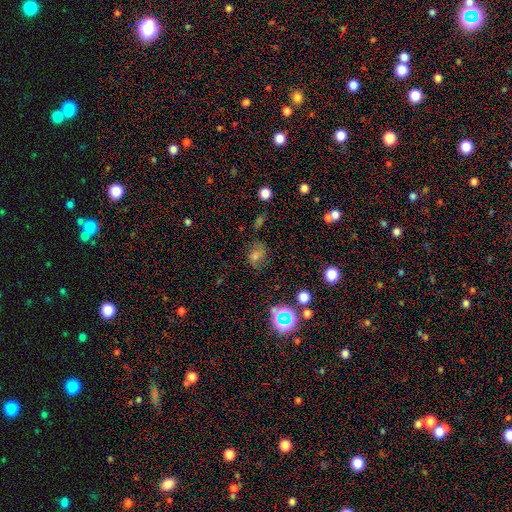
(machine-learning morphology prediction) Overall: smooth (54%; star or artifact 28%). How rounded: round (51%; in between 48%). Merging: none (66%).